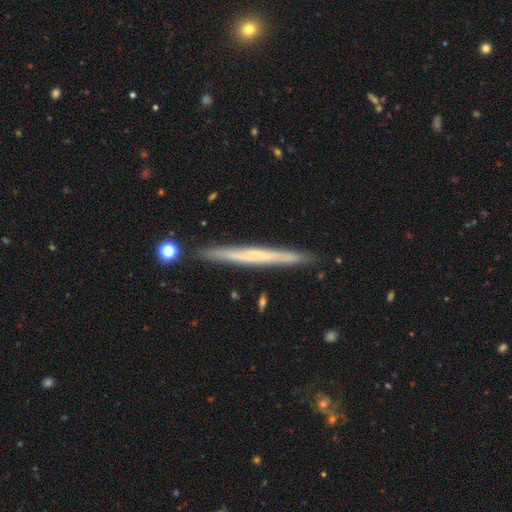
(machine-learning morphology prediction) type=featured or disk (54%); edge-on=yes (97%); edge-on bulge=none (84%); merging=none (89%).